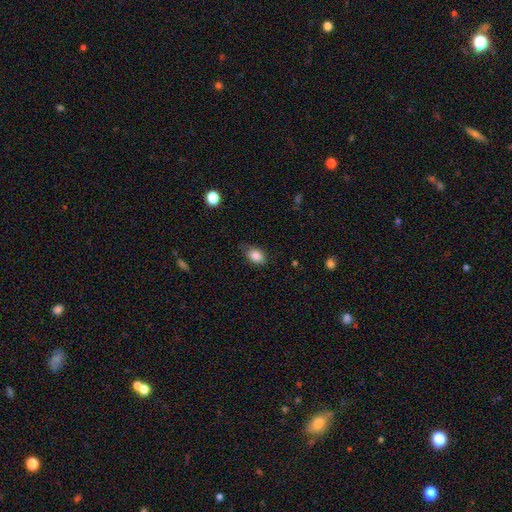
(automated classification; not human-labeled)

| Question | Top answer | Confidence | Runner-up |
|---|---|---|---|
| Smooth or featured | smooth | 85% | star or artifact (9%) |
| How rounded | in between | 77% | round (22%) |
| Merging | none | 66% | minor disturbance (26%) |